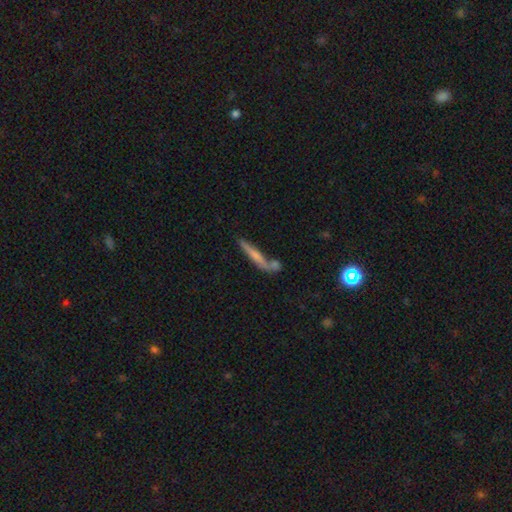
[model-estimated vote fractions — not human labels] This is possibly a smooth galaxy (56%). How rounded: clearly cigar-shaped (91%). Merging: possibly none (52%).